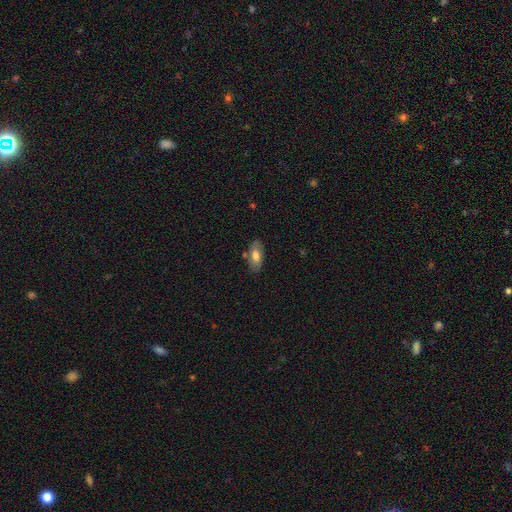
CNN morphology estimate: smooth 66%, featured or disk 27%, star or artifact 7%. Down the decision tree: how rounded — in between (90%); merging — none (78%).